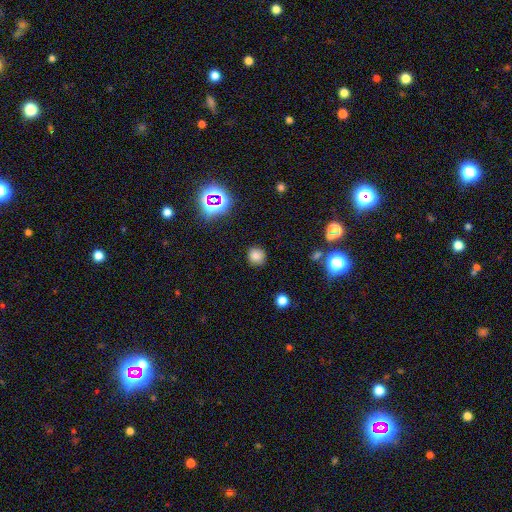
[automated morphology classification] Smooth or featured: smooth — 77% (star or artifact — 17%)
How rounded: round — 88% (in between — 11%)
Merging: none — 87% (minor disturbance — 9%)